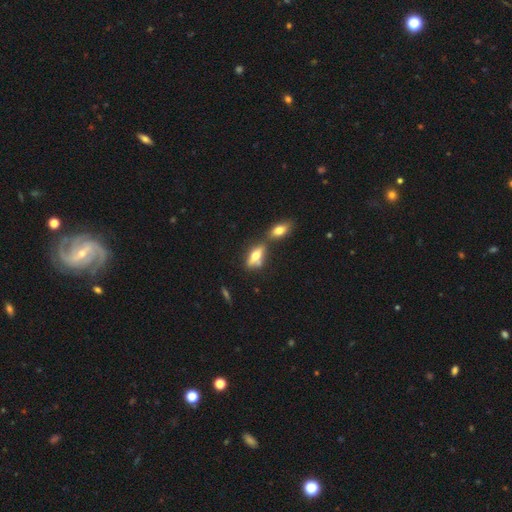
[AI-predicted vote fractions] Smooth or featured? Predicted: smooth (p=0.54). How rounded? Predicted: in between (p=0.72). Merging? Predicted: none (p=0.47).